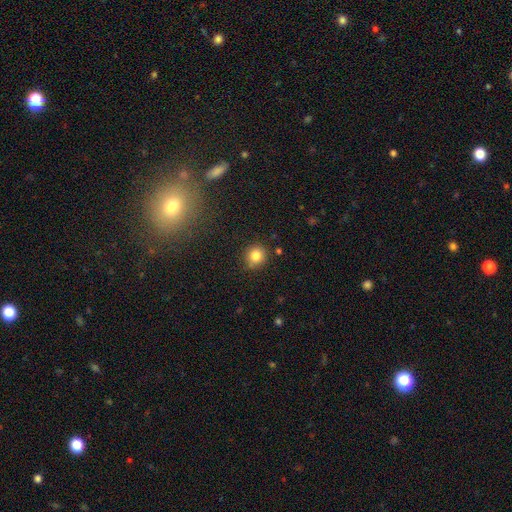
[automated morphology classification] Q: Smooth or featured?
A: smooth (82%); runner-up: star or artifact (11%)
Q: How rounded?
A: round (85%); runner-up: in between (14%)
Q: Merging?
A: none (82%); runner-up: minor disturbance (13%)